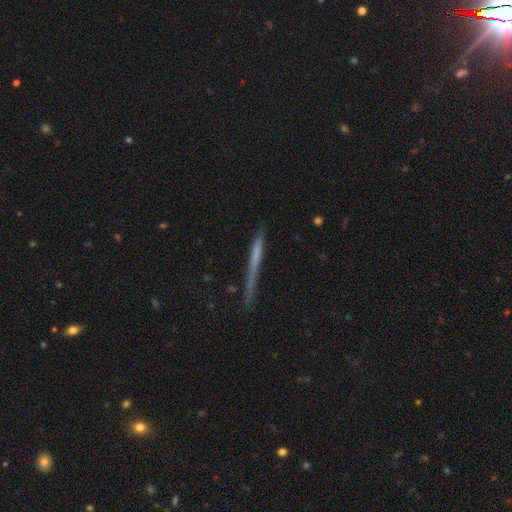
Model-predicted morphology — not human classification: This is possibly a smooth galaxy (52%). How rounded: clearly cigar-shaped (96%). Merging: likely none (74%).